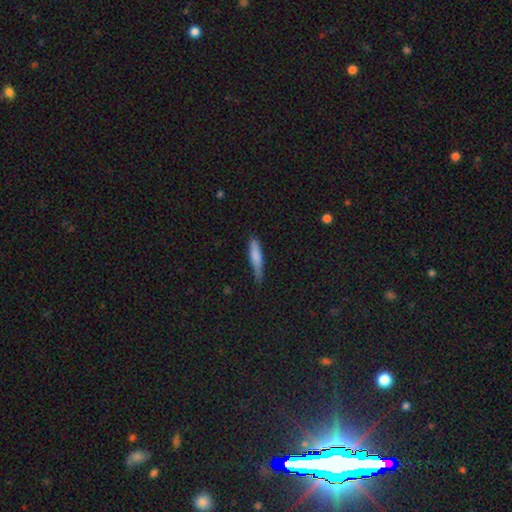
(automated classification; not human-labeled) The model was most divided on "merging": none: 60%, minor disturbance: 32%, major disturbance: 6%, merger: 2%. More confident: how rounded — cigar-shaped (83%); smooth or featured — smooth (76%).